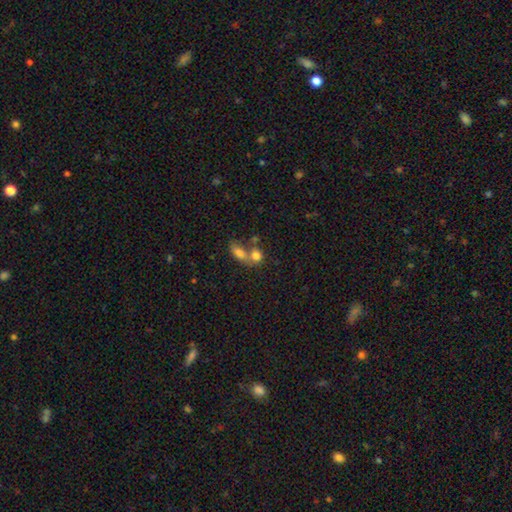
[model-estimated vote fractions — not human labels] Morphology: type=smooth (76%); roundness=in between (52%); merging=merger (61%).